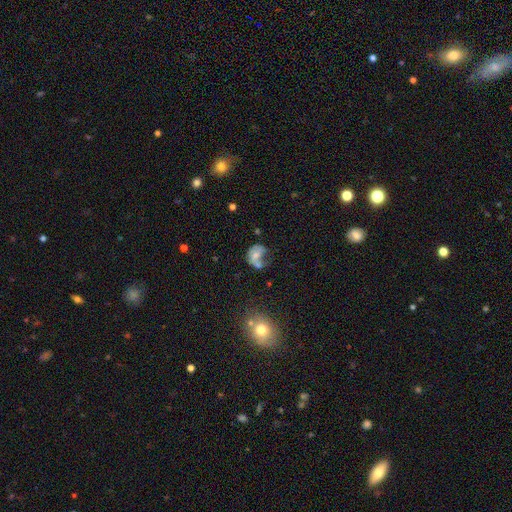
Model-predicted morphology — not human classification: This is marginally a smooth galaxy (45%). Merging: marginally major disturbance (32%).